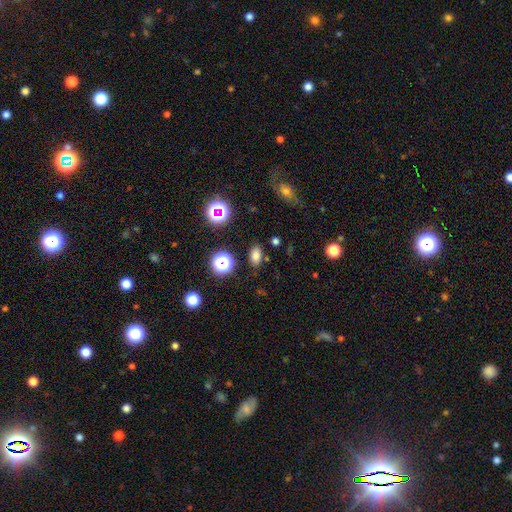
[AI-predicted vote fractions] Smooth or featured: smooth — 76% (star or artifact — 17%)
How rounded: in between — 84% (round — 14%)
Merging: none — 85% (minor disturbance — 10%)